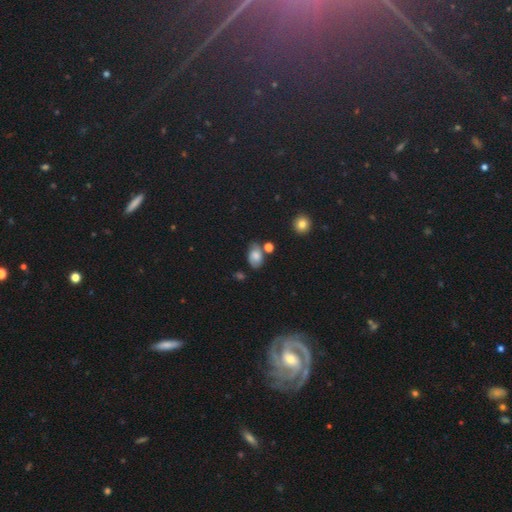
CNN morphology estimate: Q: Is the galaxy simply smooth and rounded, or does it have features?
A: smooth — 66%.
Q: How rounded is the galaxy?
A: in between — 83%.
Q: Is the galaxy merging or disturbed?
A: none — 61%.